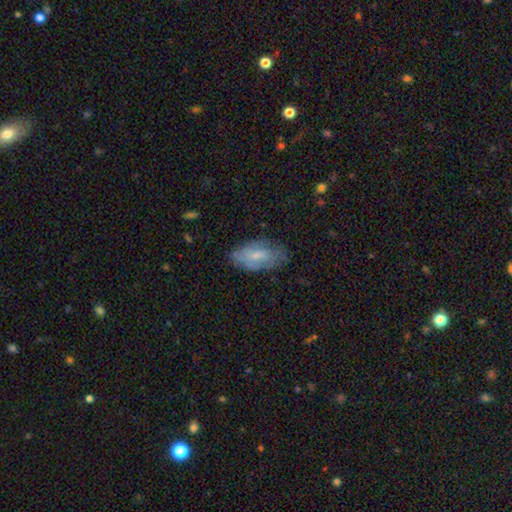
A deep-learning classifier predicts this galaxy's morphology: smooth 59%, featured or disk 34%, star or artifact 7%. Down the decision tree: how rounded — in between (91%); merging — none (67%).